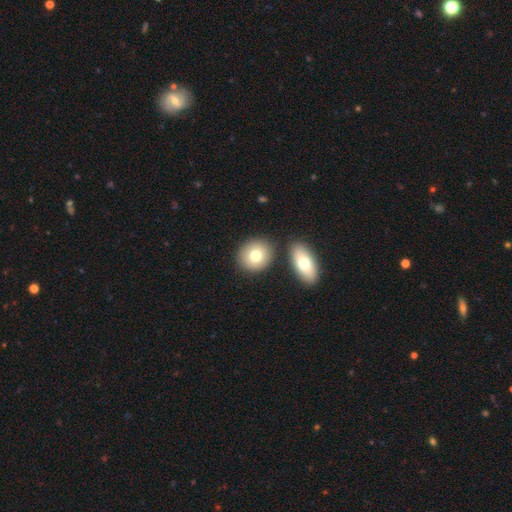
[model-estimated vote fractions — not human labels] The model was most divided on "how rounded": round: 75%, in between: 24%, cigar-shaped: 1%. More confident: smooth or featured — smooth (76%); merging — none (75%).